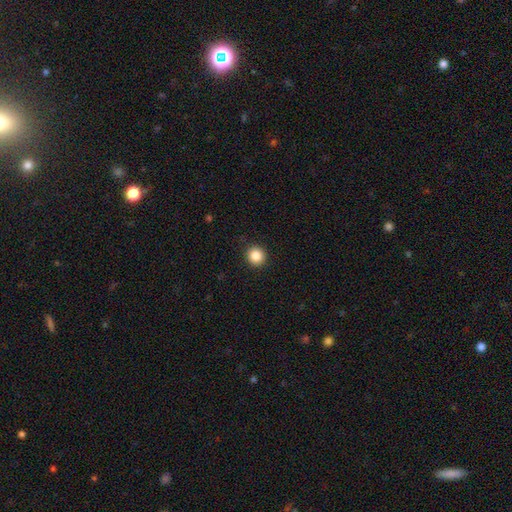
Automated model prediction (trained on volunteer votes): Smooth or featured? Predicted: smooth (p=0.86). How rounded? Predicted: round (p=0.94). Merging? Predicted: none (p=0.92).